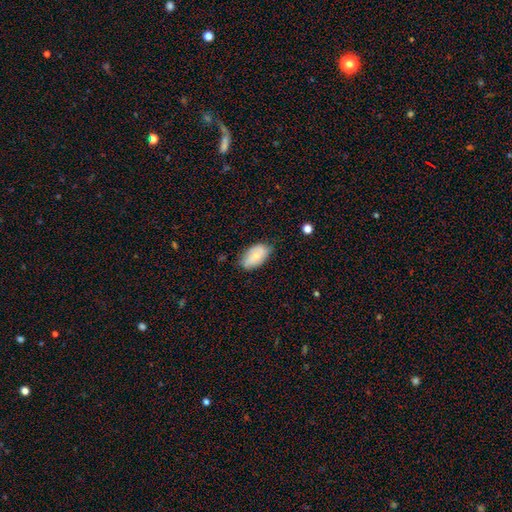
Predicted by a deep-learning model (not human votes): This appears to be a smooth galaxy with no disk features (69%) that is in between round and cigar-shaped (93%). Merging: none (66%).